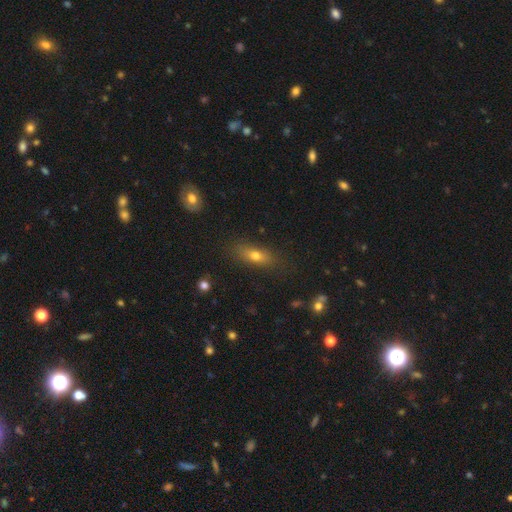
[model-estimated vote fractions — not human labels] smooth 69%, featured or disk 20%, star or artifact 11%. Down the decision tree: how rounded — in between (62%); merging — none (76%).